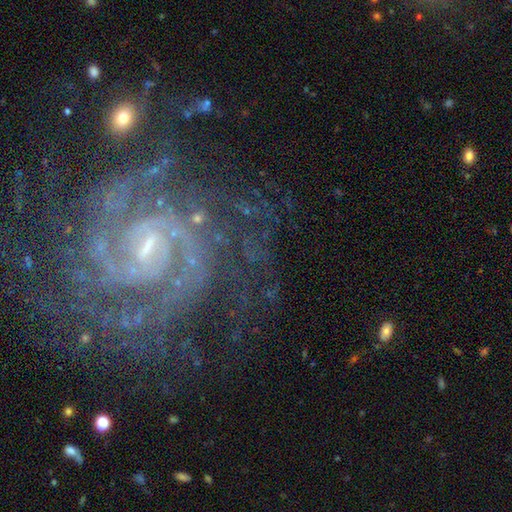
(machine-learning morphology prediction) The model was most divided on "spiral arm count": 2: 39%, can't tell: 18%, 3: 16%, 4: 11%, more than 4: 8%, 1: 7%. More confident: spiral arms — yes (98%); edge-on disk — no (98%); smooth or featured — featured or disk (89%); merging — none (69%); spiral winding — tight (66%); bulge size — small (64%); bar — weak (53%).